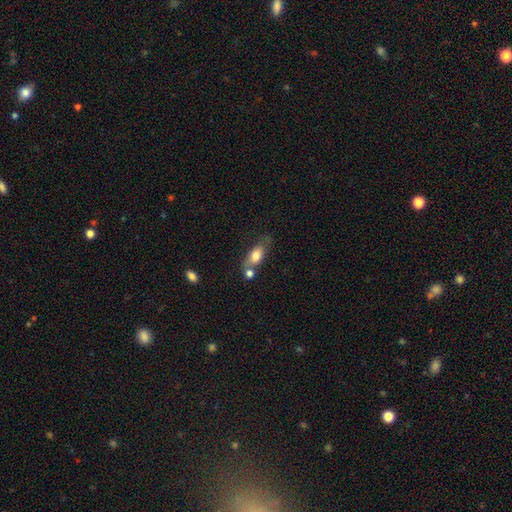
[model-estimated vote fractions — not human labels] This is likely a smooth galaxy (72%). How rounded: likely in between (78%). Merging: possibly none (49%).